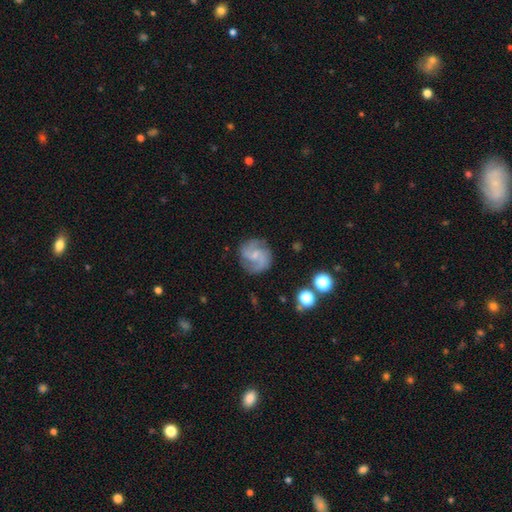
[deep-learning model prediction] A featured or disk galaxy (76%) with a weak bar (46%), 2 (74%) medium (52%) spiral arms (95%) and a small central bulge (55%). Merging: none (79%).